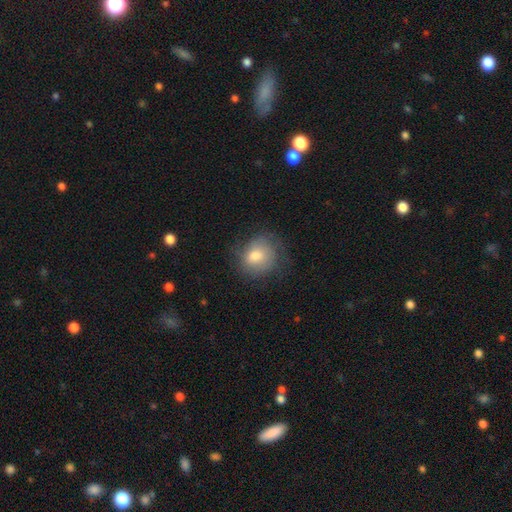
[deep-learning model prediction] Smooth or featured? Predicted: smooth (p=0.73). How rounded? Predicted: round (p=0.68). Merging? Predicted: none (p=0.64).